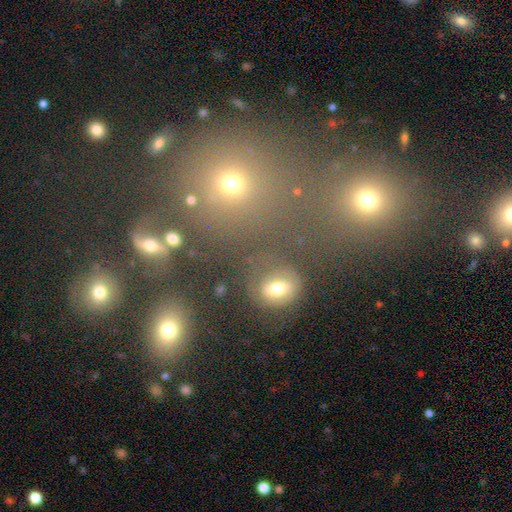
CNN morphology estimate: smooth 57%, star or artifact 31%, featured or disk 12%. Down the decision tree: how rounded — round (65%); merging — none (66%).